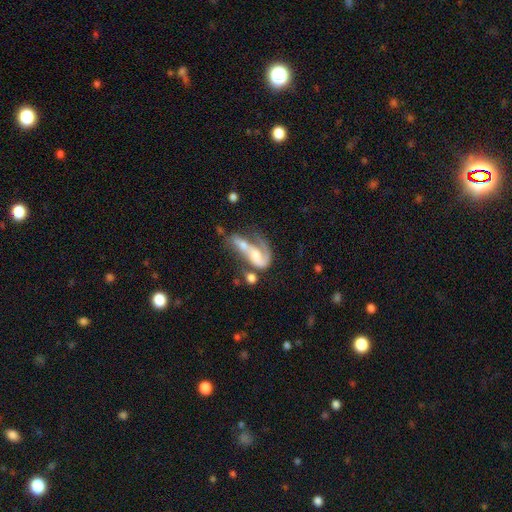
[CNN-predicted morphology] Smooth or featured? featured or disk (67%)
Edge-on disk? no (95%)
Bar? no (56%)
Spiral arms? yes (78%)
Bulge size? moderate (39%)
Merging? merger (52%)